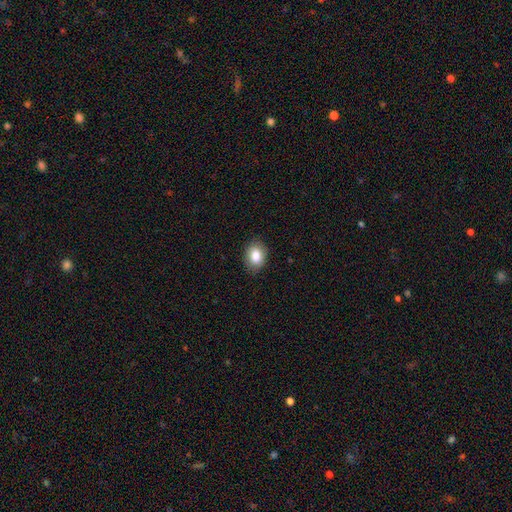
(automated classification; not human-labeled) Smooth or featured?
  - smooth: 84% *
  - star or artifact: 8%
  - featured or disk: 8%
How rounded?
  - in between: 71% *
  - round: 28%
  - cigar-shaped: 1%
Merging?
  - none: 85% *
  - minor disturbance: 11%
  - major disturbance: 3%
  - merger: 1%